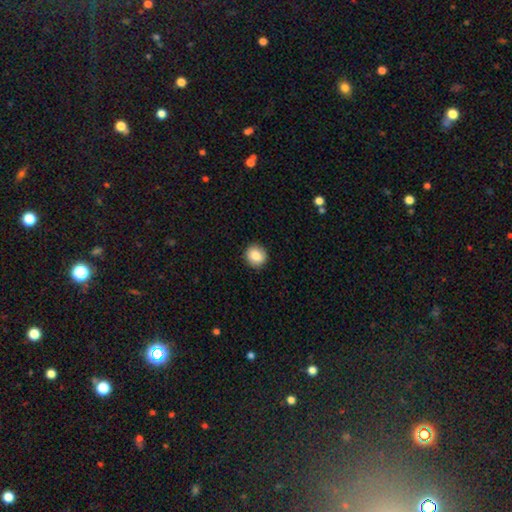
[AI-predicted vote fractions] Smooth or featured: smooth — 85% (star or artifact — 8%)
How rounded: round — 87% (in between — 12%)
Merging: none — 91% (minor disturbance — 7%)